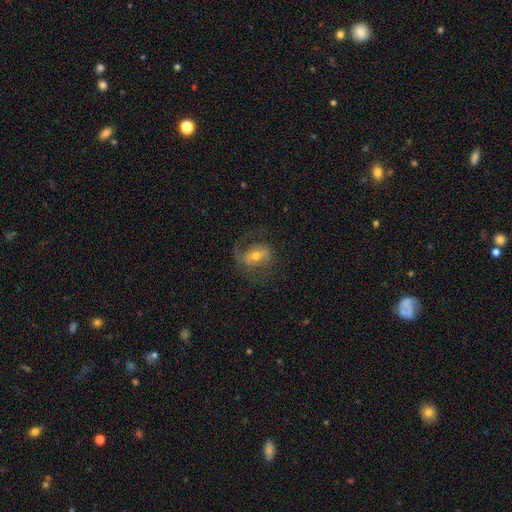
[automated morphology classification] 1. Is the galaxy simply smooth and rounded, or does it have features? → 75% featured or disk, 17% smooth, 8% star or artifact.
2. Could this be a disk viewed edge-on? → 96% no, 4% yes.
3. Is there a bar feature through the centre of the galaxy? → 43% weak, 30% no, 27% strong.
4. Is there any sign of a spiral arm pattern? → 91% yes, 9% no.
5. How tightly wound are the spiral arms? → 50% medium, 32% loose, 17% tight.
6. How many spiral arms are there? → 76% 2, 14% 1, 7% can't tell, 2% 3, 1% 4, 1% more than 4.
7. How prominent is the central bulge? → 60% moderate, 33% small, 5% large, 1% none, 1% dominant.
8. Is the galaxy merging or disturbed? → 65% none, 17% major disturbance, 17% minor disturbance, 1% merger.